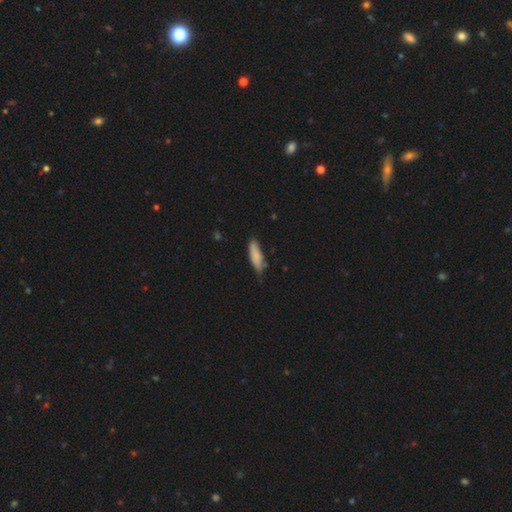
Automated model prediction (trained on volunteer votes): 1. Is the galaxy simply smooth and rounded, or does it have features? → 83% smooth, 11% featured or disk, 6% star or artifact.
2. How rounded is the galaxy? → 53% cigar-shaped, 45% in between, 2% round.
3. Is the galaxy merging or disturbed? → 67% none, 27% minor disturbance, 4% major disturbance, 2% merger.